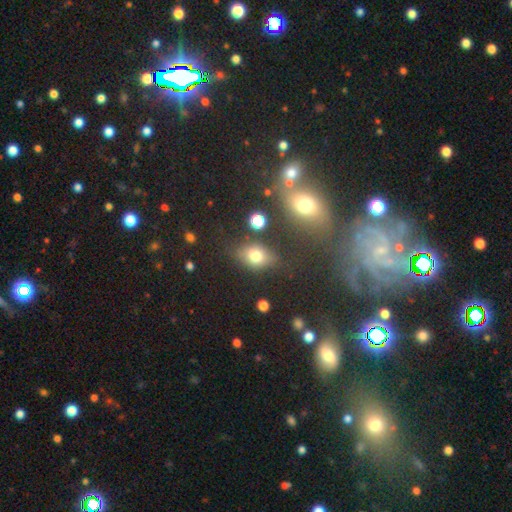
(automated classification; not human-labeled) Overall: smooth (73%). How rounded: in between (67%; round 30%). Merging: none (71%).